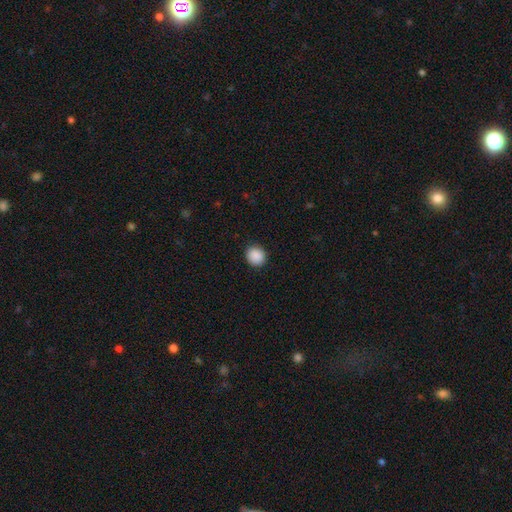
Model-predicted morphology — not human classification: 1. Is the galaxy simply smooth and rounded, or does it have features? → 90% smooth, 8% star or artifact, 2% featured or disk.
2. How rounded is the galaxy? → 84% round, 15% in between, 1% cigar-shaped.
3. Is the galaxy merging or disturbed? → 90% none, 7% minor disturbance, 2% major disturbance, 1% merger.